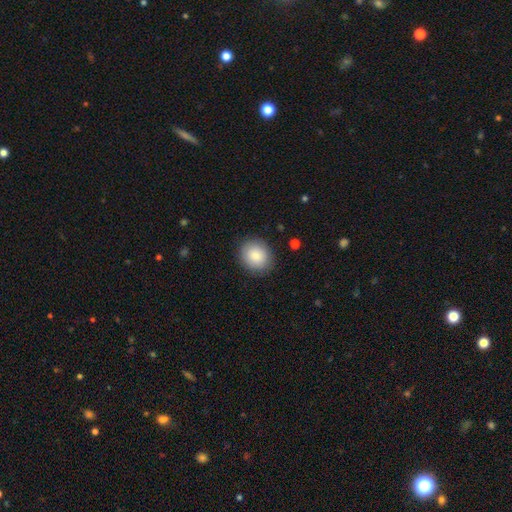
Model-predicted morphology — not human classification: Smooth or featured? Predicted: smooth (p=0.87). How rounded? Predicted: round (p=0.72). Merging? Predicted: none (p=0.87).